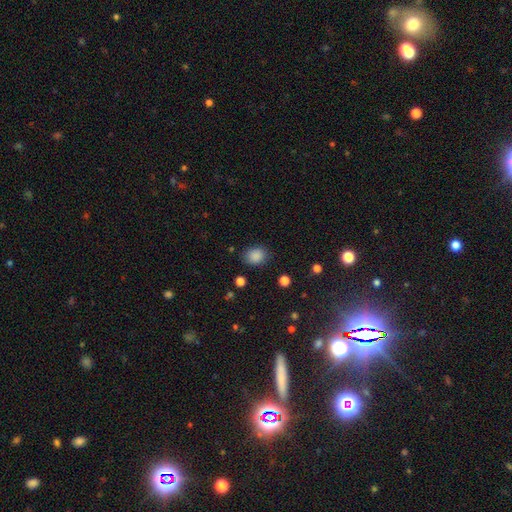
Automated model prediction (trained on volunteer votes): smooth-or-featured: smooth: 86% | star or artifact: 10% | featured or disk: 4%
  how-rounded: in between: 54% | round: 45% | cigar-shaped: 1%
  merging: none: 81% | minor disturbance: 13% | major disturbance: 4% | merger: 2%